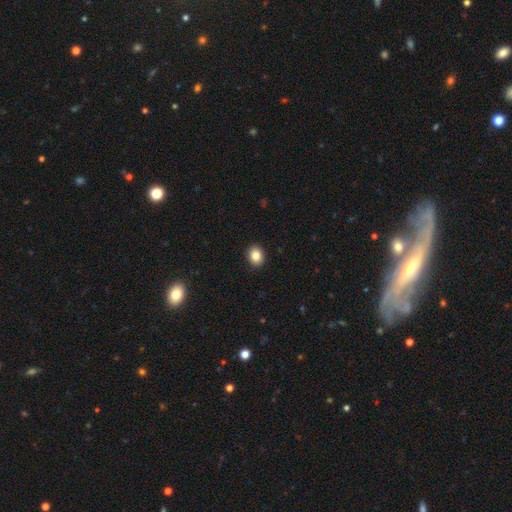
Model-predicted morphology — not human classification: Overall: smooth (85%). How rounded: round (54%; in between 46%). Merging: none (91%).